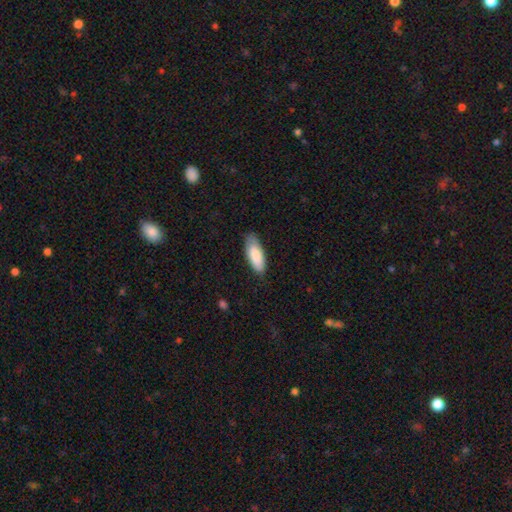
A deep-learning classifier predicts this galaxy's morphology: Overall: smooth (85%). How rounded: in between (75%). Merging: none (80%).